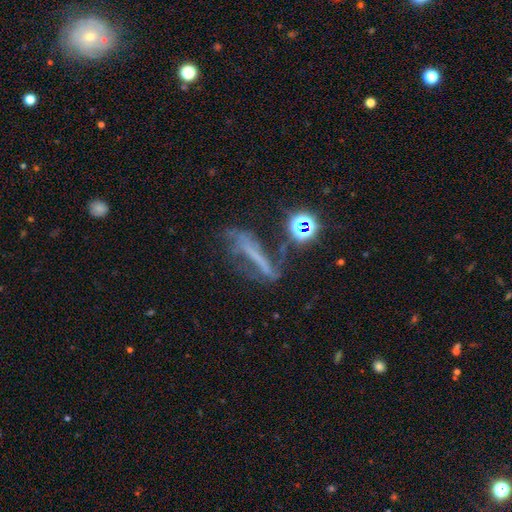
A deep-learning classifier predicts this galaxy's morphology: Q: Smooth or featured?
A: featured or disk (46%); runner-up: smooth (29%)
Q: Merging?
A: none (42%); runner-up: major disturbance (27%)